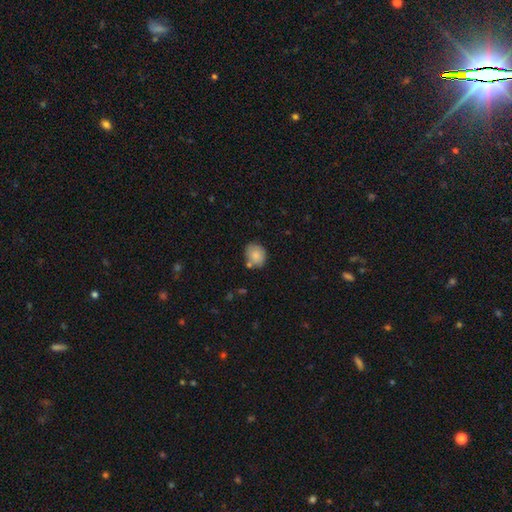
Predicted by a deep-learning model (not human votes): A smooth galaxy with no disk features (83%) that is round (64%). Merging: none (70%).